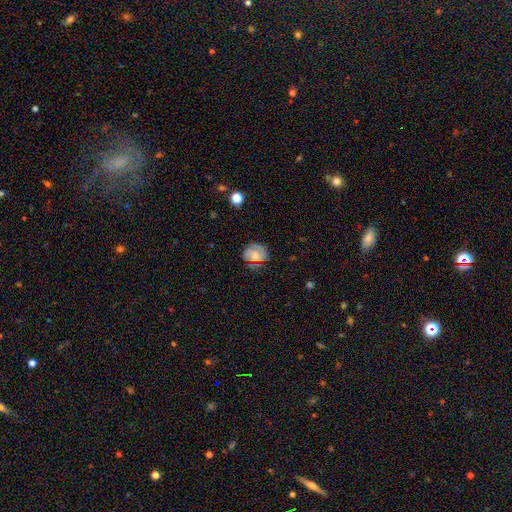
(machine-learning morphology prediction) smooth-or-featured: smooth: 48% | featured or disk: 41% | star or artifact: 11%
  merging: none: 74% | minor disturbance: 19% | major disturbance: 6% | merger: 2%